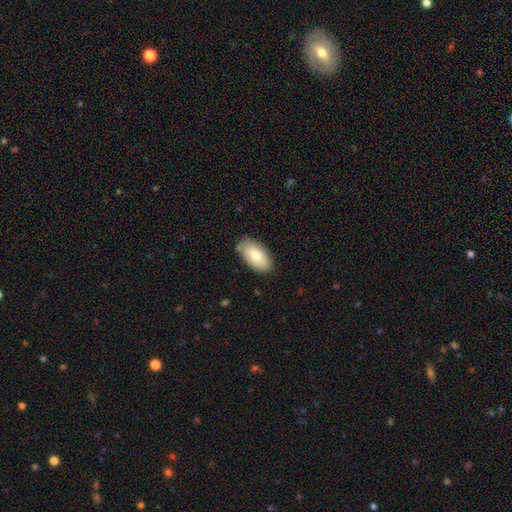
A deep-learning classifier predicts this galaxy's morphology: smooth_or_featured: smooth (p=0.79) [alt: featured or disk p=0.15]
how_rounded: in between (p=0.95) [alt: round p=0.03]
merging: none (p=0.81) [alt: minor disturbance p=0.15]